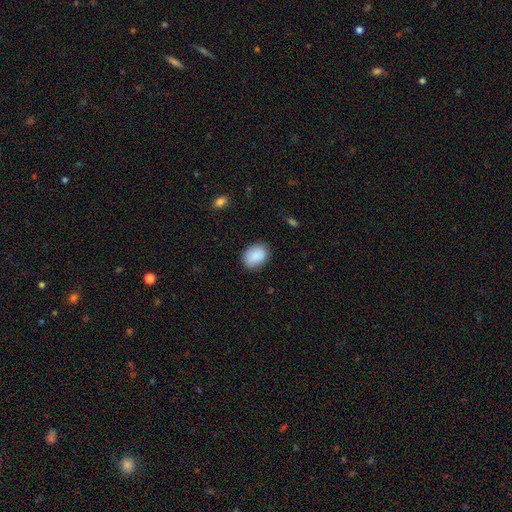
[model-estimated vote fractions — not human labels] Morphology: type=smooth (89%); roundness=in between (76%); merging=none (85%).